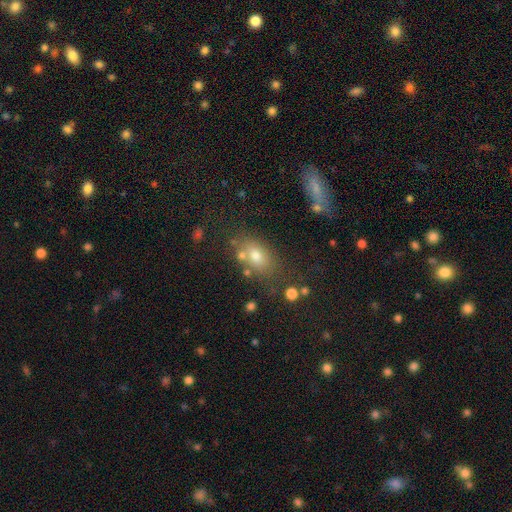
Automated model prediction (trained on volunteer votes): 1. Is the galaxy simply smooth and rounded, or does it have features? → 70% smooth, 15% featured or disk, 15% star or artifact.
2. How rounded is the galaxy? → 77% in between, 21% round, 3% cigar-shaped.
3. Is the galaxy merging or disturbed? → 65% none, 15% minor disturbance, 14% merger, 6% major disturbance.